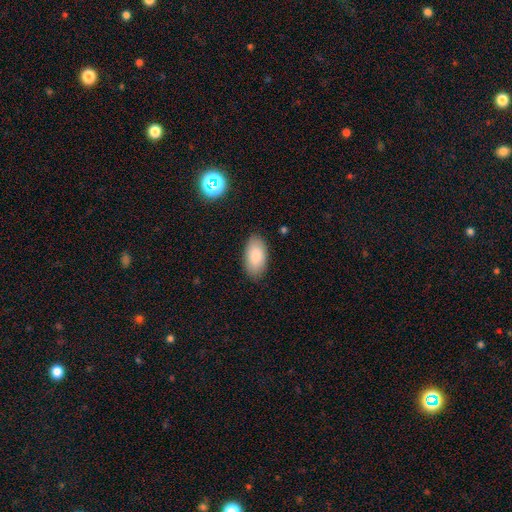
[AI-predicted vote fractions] smooth 87%, featured or disk 7%, star or artifact 6%. Down the decision tree: how rounded — in between (95%); merging — none (86%).